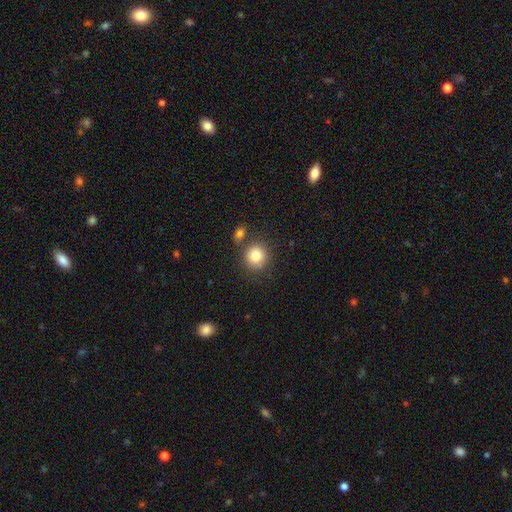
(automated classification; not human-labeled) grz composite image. It shows a smooth galaxy with no disk features (83%) that is round (88%). Merging: none (71%).